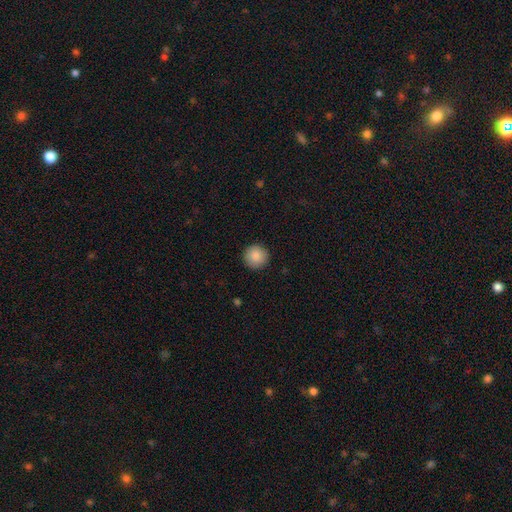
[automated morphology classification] Smooth or featured? smooth (88%)
How rounded? round (96%)
Merging? none (92%)